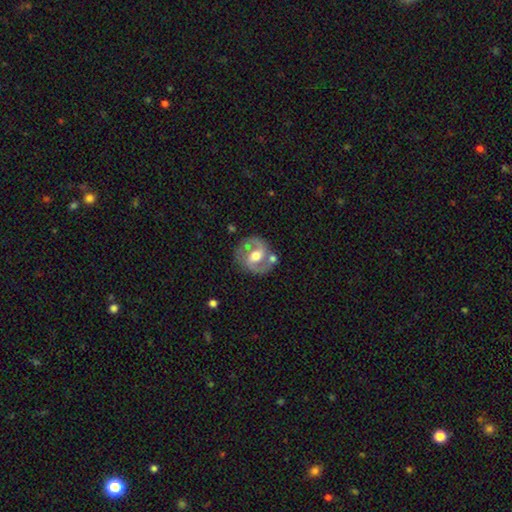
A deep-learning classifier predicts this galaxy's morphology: type=featured or disk (78%); edge-on=no (97%); bar=weak (44%); spiral arms=yes (83%); winding=medium (54%); arm count=2 (88%); bulge=moderate (70%); merging=none (74%).